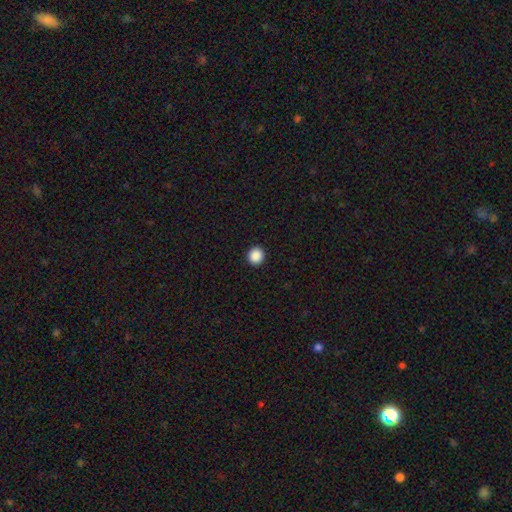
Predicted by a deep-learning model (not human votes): Smooth or featured? smooth (88%)
How rounded? round (93%)
Merging? none (93%)